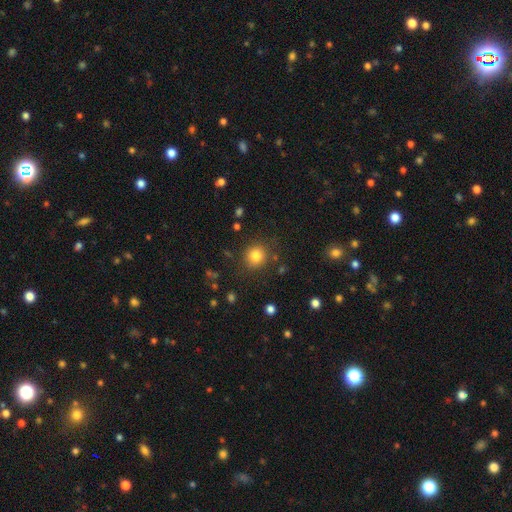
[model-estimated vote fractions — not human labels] smooth 81%, star or artifact 12%, featured or disk 6%. Down the decision tree: how rounded — round (88%); merging — none (85%).